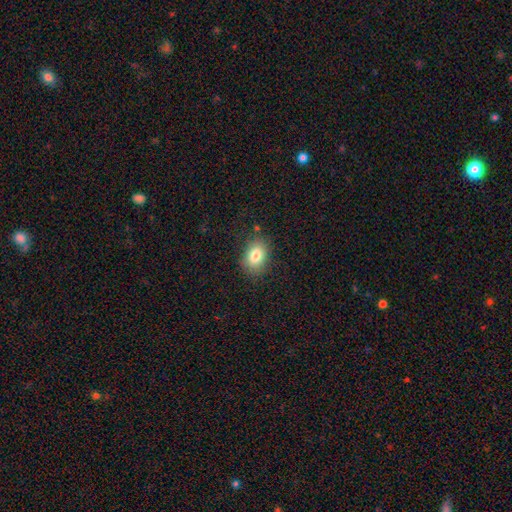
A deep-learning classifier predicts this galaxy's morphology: Smooth or featured? Predicted: smooth (p=0.80). How rounded? Predicted: in between (p=0.78). Merging? Predicted: none (p=0.82).